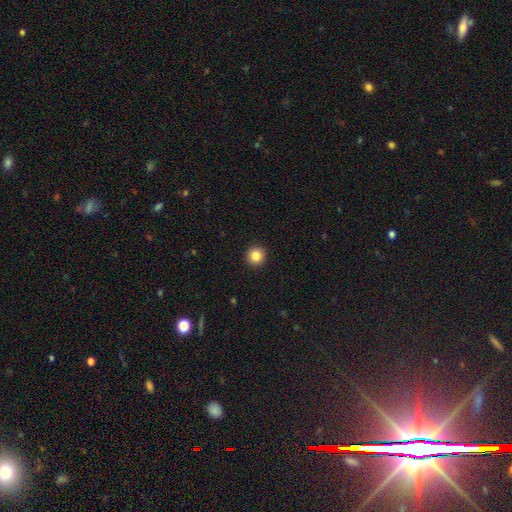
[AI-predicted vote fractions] Overall: smooth (86%). How rounded: round (95%). Merging: none (93%).